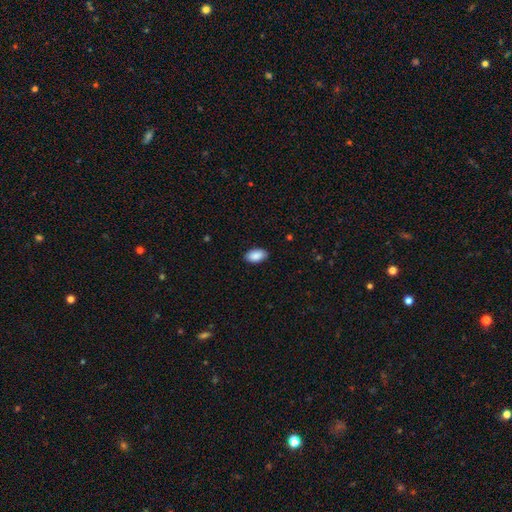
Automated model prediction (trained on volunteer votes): smooth 90%, star or artifact 6%, featured or disk 4%. Down the decision tree: how rounded — in between (95%); merging — none (88%).